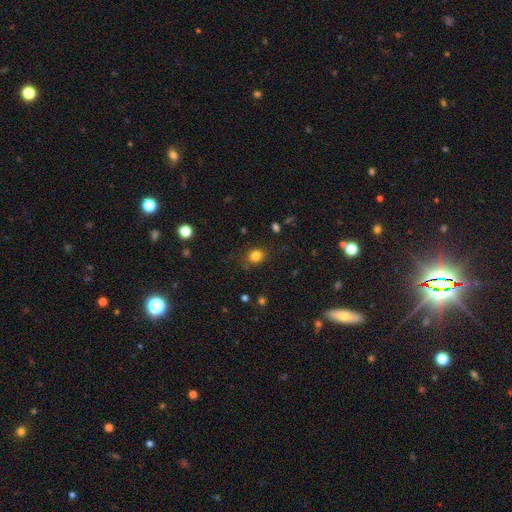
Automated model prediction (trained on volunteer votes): This is clearly a smooth galaxy (81%). How rounded: likely round (65%). Merging: likely none (79%).